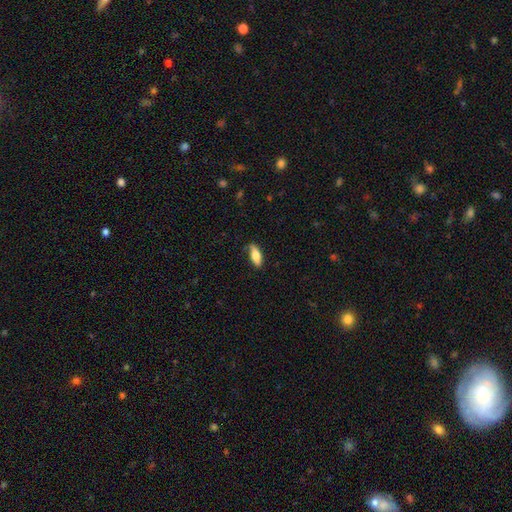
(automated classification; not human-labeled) smooth_or_featured: smooth (p=0.74) [alt: featured or disk p=0.20]
how_rounded: in between (p=0.68) [alt: cigar-shaped p=0.30]
merging: none (p=0.71) [alt: minor disturbance p=0.22]